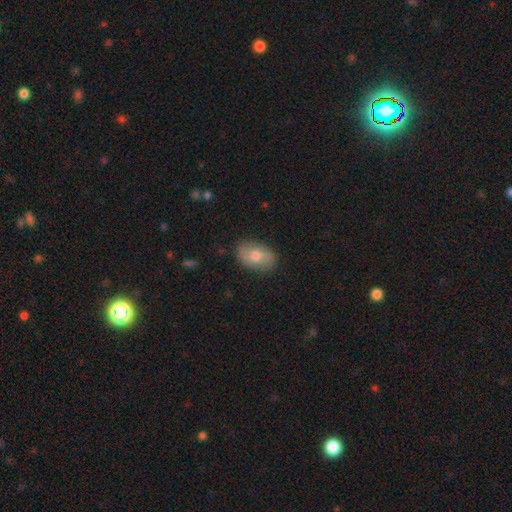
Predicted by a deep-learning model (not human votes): smooth 67%, featured or disk 26%, star or artifact 7%. Down the decision tree: how rounded — in between (87%); merging — none (84%).